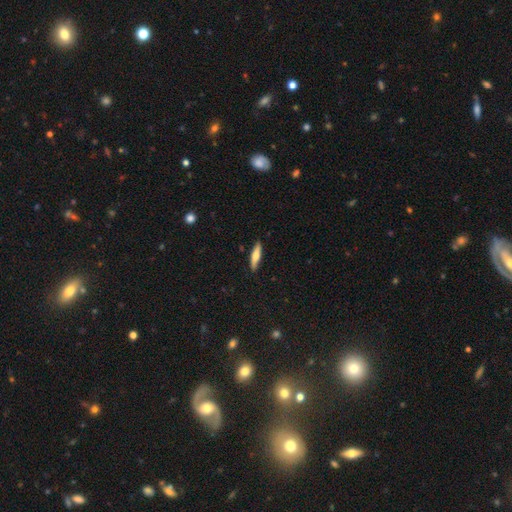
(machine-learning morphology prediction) This appears to be a smooth galaxy with no disk features (64%) that is cigar-shaped (78%). Merging: none (89%).